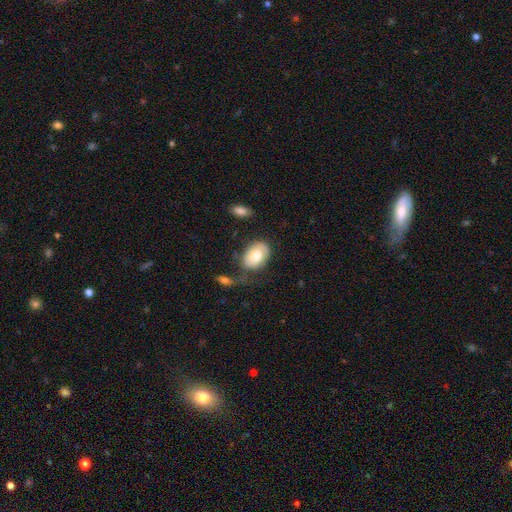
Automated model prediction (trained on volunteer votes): A smooth galaxy with no disk features (75%) that is in between round and cigar-shaped (81%).

Vote fractions:
- Smooth or featured? smooth: 75% / featured or disk: 19% / star or artifact: 6%
- How rounded? in between: 81% / round: 18% / cigar-shaped: 1%
- Merging? none: 56% / minor disturbance: 23% / major disturbance: 13% / merger: 9%